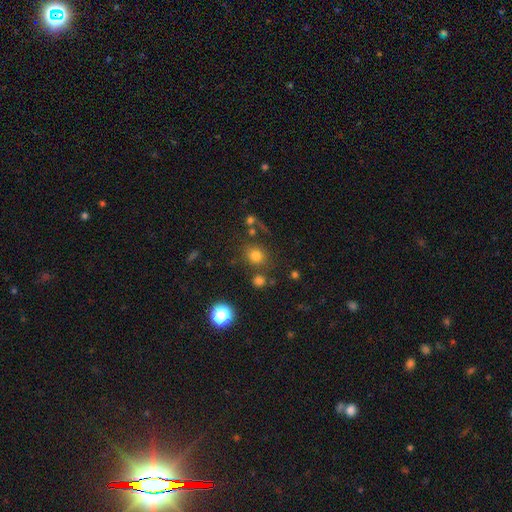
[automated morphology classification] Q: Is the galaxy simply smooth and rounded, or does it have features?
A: smooth — 76%.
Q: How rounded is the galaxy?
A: round — 79%.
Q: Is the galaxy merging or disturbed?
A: none — 74%.